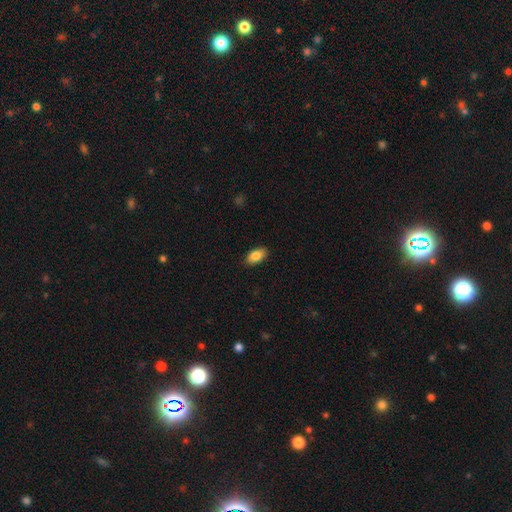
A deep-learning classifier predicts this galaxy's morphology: A smooth galaxy with no disk features (84%) that is in between round and cigar-shaped (93%). Merging: none (88%).